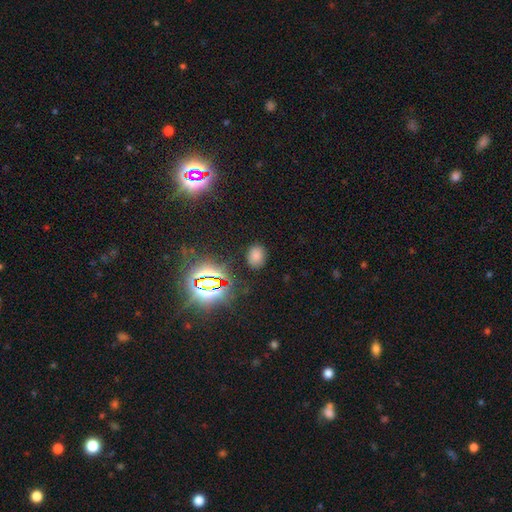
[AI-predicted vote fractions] A smooth galaxy with no disk features (69%) that is in between round and cigar-shaped (65%). Merging: none (83%).